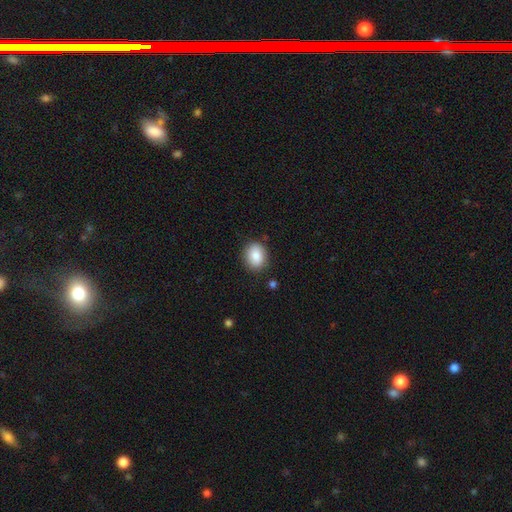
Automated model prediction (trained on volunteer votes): Overall: smooth (85%). How rounded: in between (53%; round 46%). Merging: none (85%).